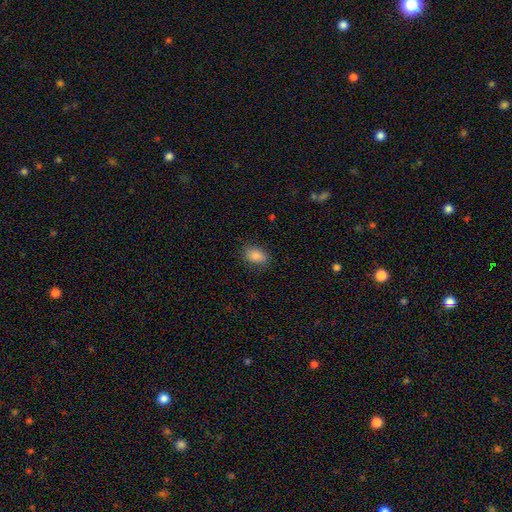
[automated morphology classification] smooth-or-featured: smooth: 86% | star or artifact: 9% | featured or disk: 6%
  how-rounded: in between: 84% | round: 14% | cigar-shaped: 2%
  merging: none: 82% | minor disturbance: 13% | major disturbance: 3% | merger: 1%